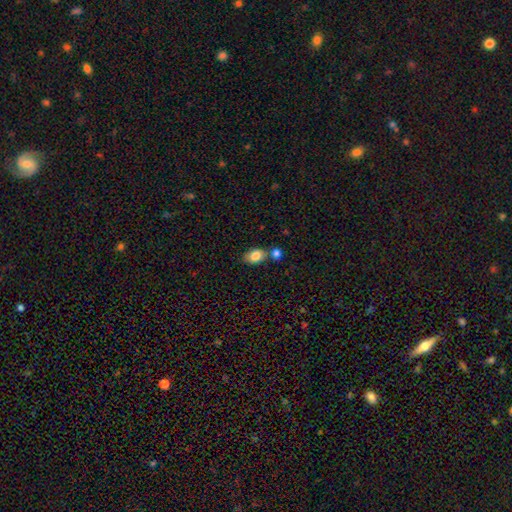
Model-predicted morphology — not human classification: This is clearly a smooth galaxy (84%). How rounded: clearly in between (83%). Merging: possibly none (60%).